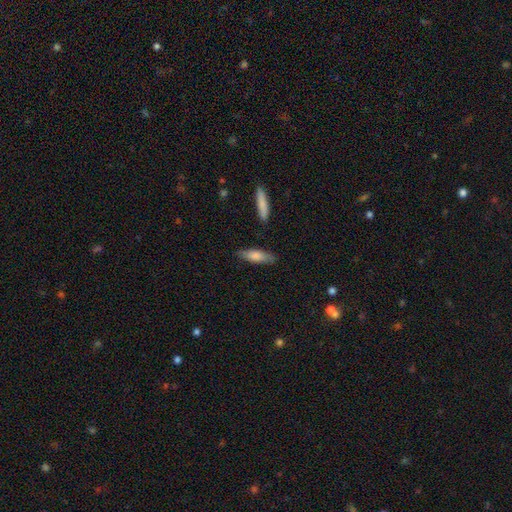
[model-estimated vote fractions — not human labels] This is likely a smooth galaxy (74%). How rounded: possibly in between (49%, tied with cigar-shaped). Merging: likely none (80%).